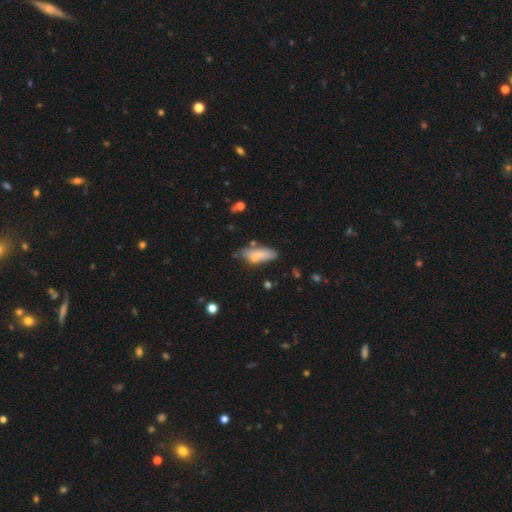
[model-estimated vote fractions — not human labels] Smooth or featured? Predicted: smooth (p=0.74). How rounded? Predicted: in between (p=0.59). Merging? Predicted: none (p=0.56).